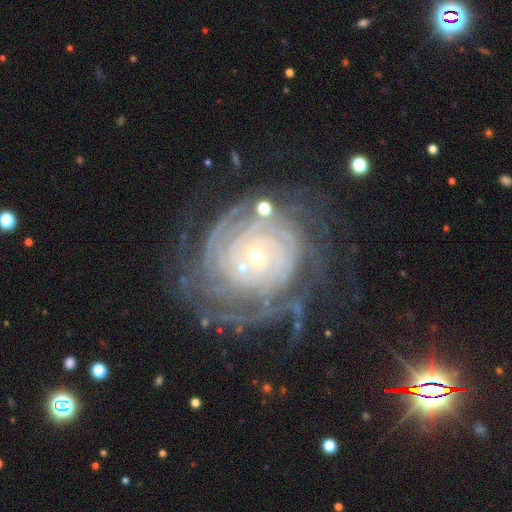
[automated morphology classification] The model was most divided on "spiral arm count": more than 4: 29%, can't tell: 26%, 4: 18%, 3: 11%, 2: 9%, 1: 7%. More confident: edge-on disk — no (97%); spiral arms — yes (97%); smooth or featured — featured or disk (89%); spiral winding — tight (86%); bar — no (77%); bulge size — small (68%); merging — none (66%).